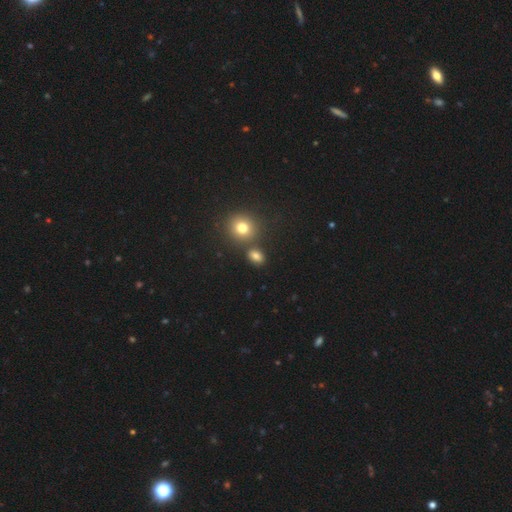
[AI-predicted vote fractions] A smooth galaxy with no disk features (78%) that is in between round and cigar-shaped (59%).

Vote fractions:
- Smooth or featured? smooth: 78% / star or artifact: 15% / featured or disk: 8%
- How rounded? in between: 59% / round: 39% / cigar-shaped: 2%
- Merging? none: 72% / merger: 14% / minor disturbance: 10% / major disturbance: 3%